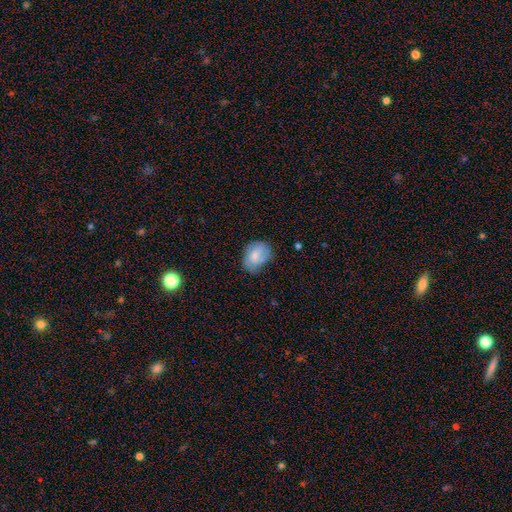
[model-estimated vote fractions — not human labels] A smooth galaxy with no disk features (72%) that is in between round and cigar-shaped (67%).

Vote fractions:
- Smooth or featured? smooth: 72% / featured or disk: 20% / star or artifact: 8%
- How rounded? in between: 67% / round: 32% / cigar-shaped: 1%
- Merging? none: 57% / minor disturbance: 32% / major disturbance: 9% / merger: 2%